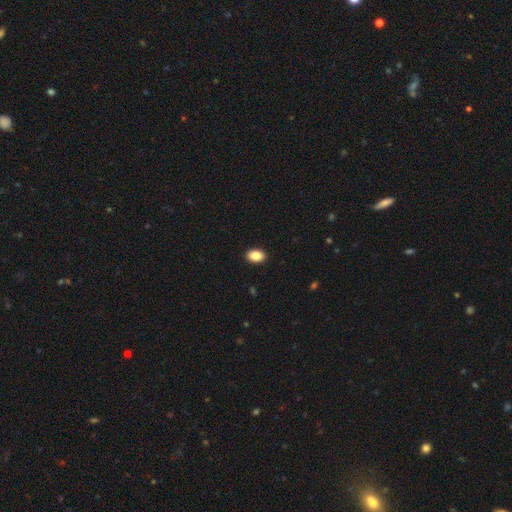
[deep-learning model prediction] Overall: smooth (87%). How rounded: in between (84%). Merging: none (92%).